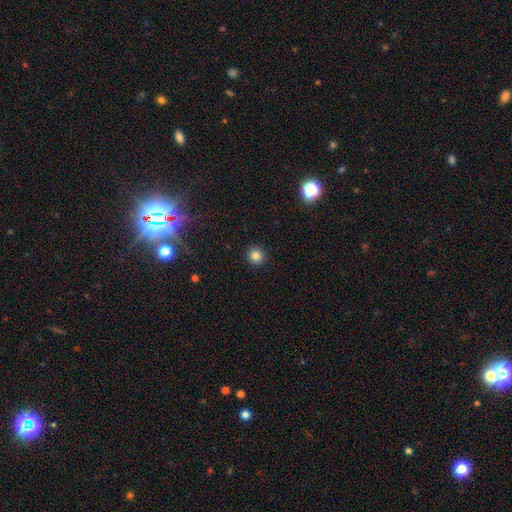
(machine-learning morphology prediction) A smooth galaxy with no disk features (82%) that is round (95%). Merging: none (93%).